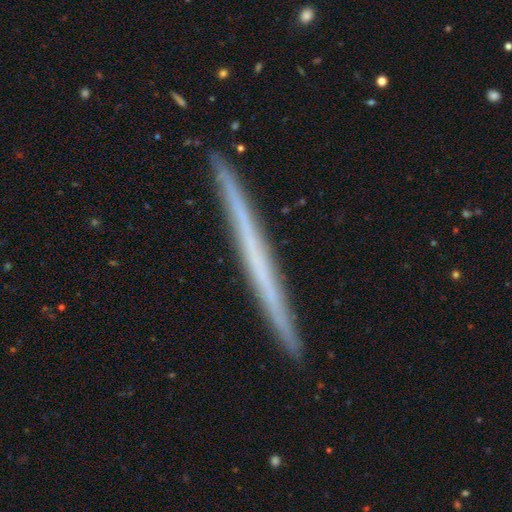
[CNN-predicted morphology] The model was most divided on "smooth or featured": featured or disk: 58%, smooth: 35%, star or artifact: 6%. More confident: edge-on disk — yes (98%); edge-on bulge — none (94%); merging — none (92%).